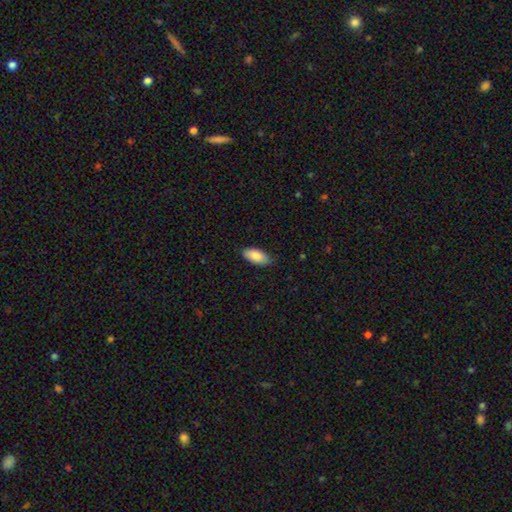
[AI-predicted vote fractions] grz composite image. It shows a smooth galaxy with no disk features (86%) that is in between round and cigar-shaped (90%). Merging: none (83%).